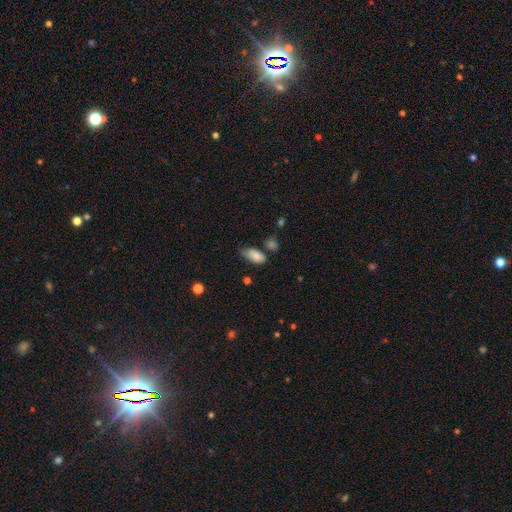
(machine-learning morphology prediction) Smooth or featured: smooth — 81% (featured or disk — 11%)
How rounded: in between — 90% (cigar-shaped — 7%)
Merging: none — 45% (minor disturbance — 37%)